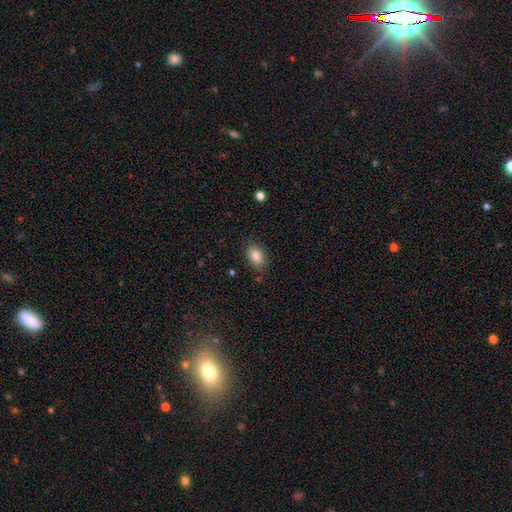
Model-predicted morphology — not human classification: This is clearly a smooth galaxy (86%). How rounded: clearly in between (84%). Merging: likely none (78%).